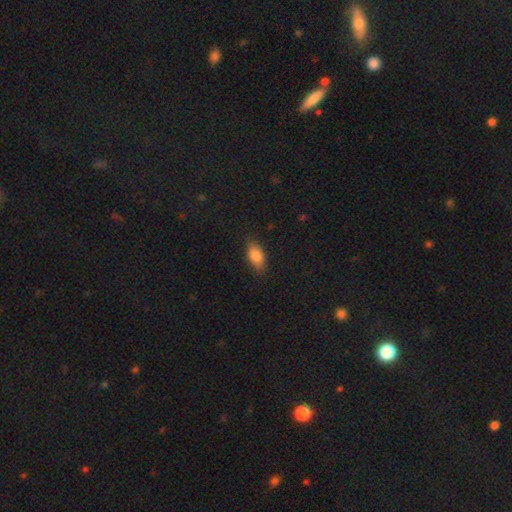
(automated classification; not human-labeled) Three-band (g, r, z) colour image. It shows a smooth galaxy with no disk features (83%) that is in between round and cigar-shaped (89%). Merging: none (82%).